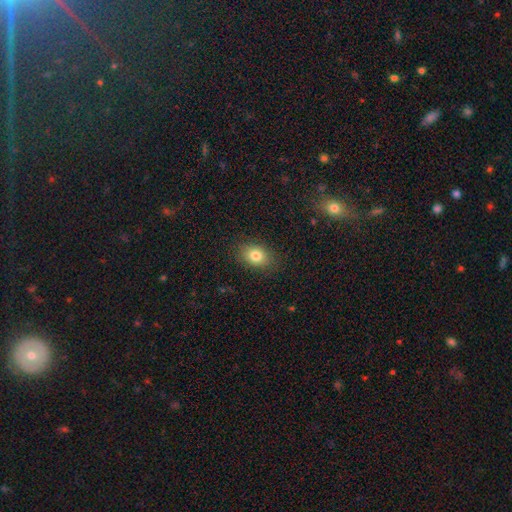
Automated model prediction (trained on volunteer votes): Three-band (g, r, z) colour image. It shows a smooth galaxy with no disk features (81%) that is in between round and cigar-shaped (74%). Merging: none (86%).